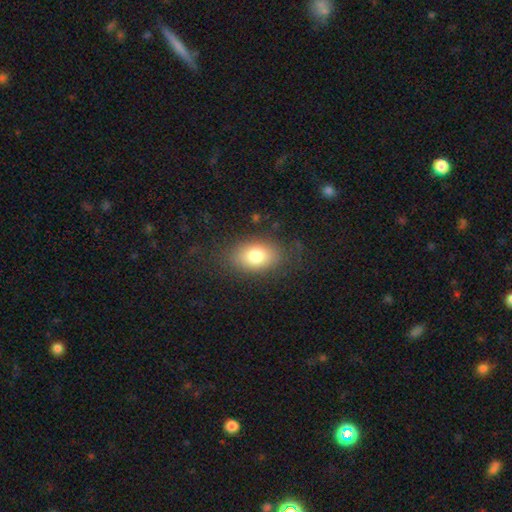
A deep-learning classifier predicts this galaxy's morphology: A smooth galaxy with no disk features (79%) that is in between round and cigar-shaped (82%).

Vote fractions:
- Smooth or featured? smooth: 79% / featured or disk: 12% / star or artifact: 9%
- How rounded? in between: 82% / round: 17% / cigar-shaped: 1%
- Merging? none: 79% / minor disturbance: 14% / major disturbance: 6% / merger: 1%